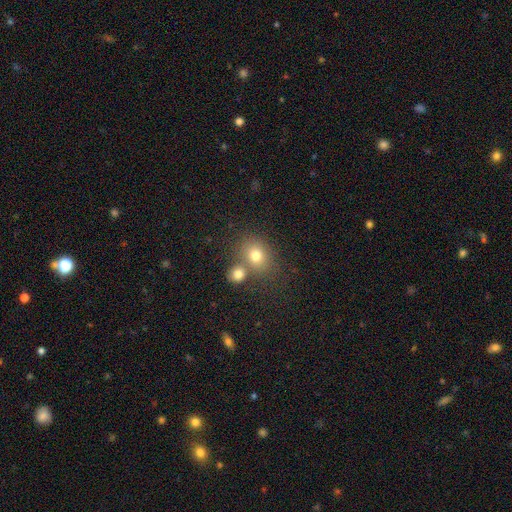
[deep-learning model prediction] smooth-or-featured: smooth: 76% | star or artifact: 13% | featured or disk: 11%
  how-rounded: round: 57% | in between: 42% | cigar-shaped: 1%
  merging: none: 55% | merger: 30% | minor disturbance: 11% | major disturbance: 4%